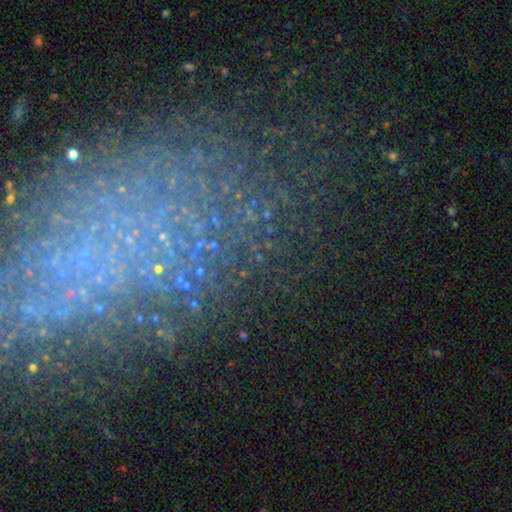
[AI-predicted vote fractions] star or artifact 52%, featured or disk 30%, smooth 18%.